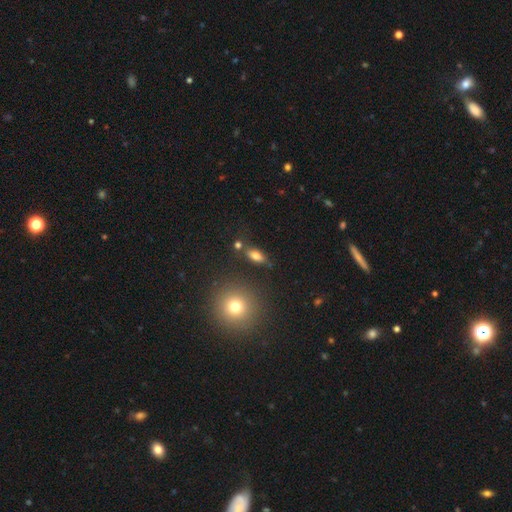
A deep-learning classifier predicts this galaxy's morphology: smooth_or_featured: smooth (p=0.72) [alt: featured or disk p=0.17]
how_rounded: in between (p=0.77) [alt: cigar-shaped p=0.16]
merging: none (p=0.75) [alt: minor disturbance p=0.13]